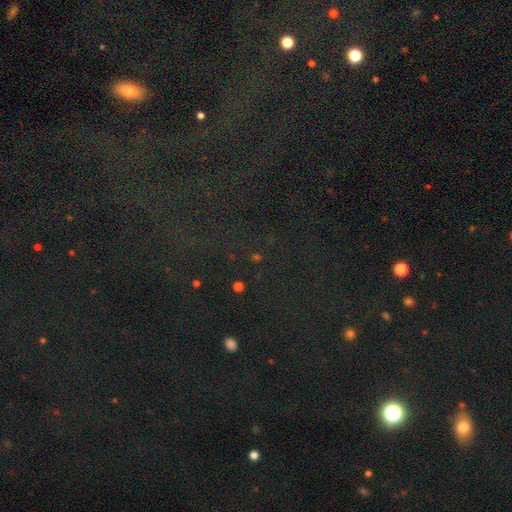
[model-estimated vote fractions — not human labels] Overall: star or artifact (80%).